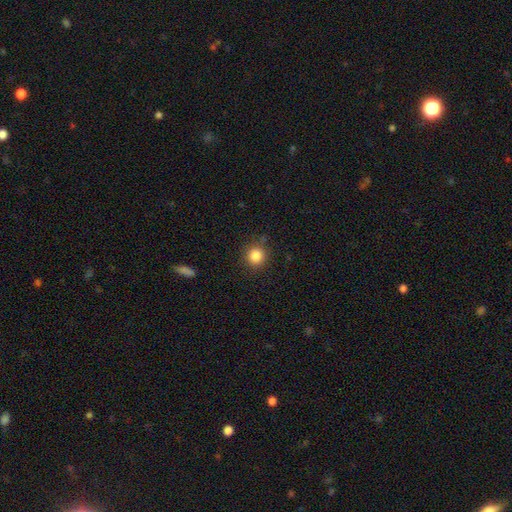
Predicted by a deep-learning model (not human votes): A smooth galaxy with no disk features (84%) that is round (92%). Merging: none (85%).